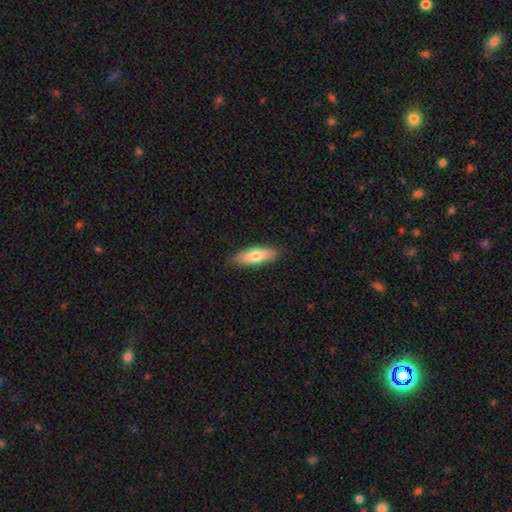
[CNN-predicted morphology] This appears to be a smooth galaxy with no disk features (75%) that is in between round and cigar-shaped (64%). Merging: none (84%).